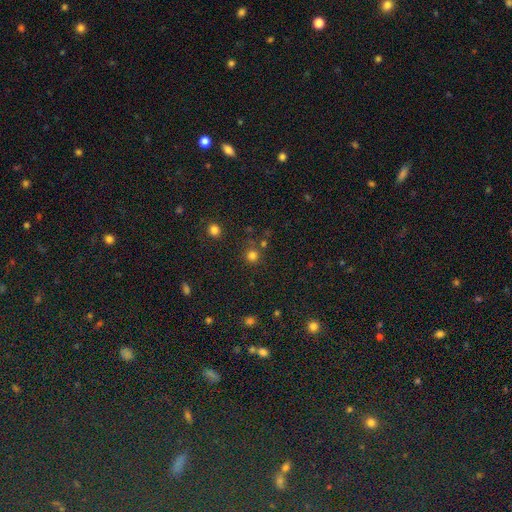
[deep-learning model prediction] This appears to be a star or artifact, not a galaxy (57%).